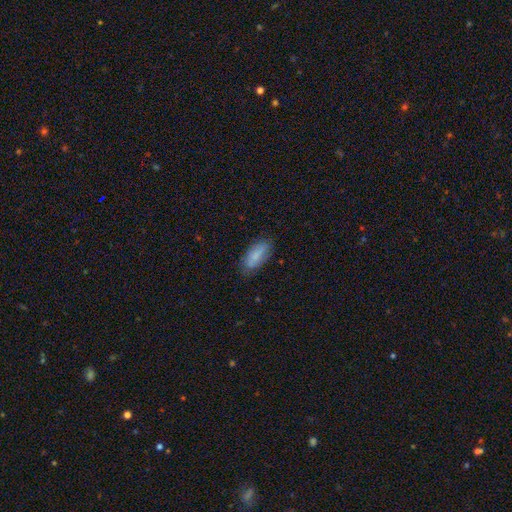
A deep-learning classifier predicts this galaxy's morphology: Q: Smooth or featured?
A: smooth (79%); runner-up: featured or disk (15%)
Q: How rounded?
A: in between (83%); runner-up: cigar-shaped (15%)
Q: Merging?
A: none (76%); runner-up: minor disturbance (19%)